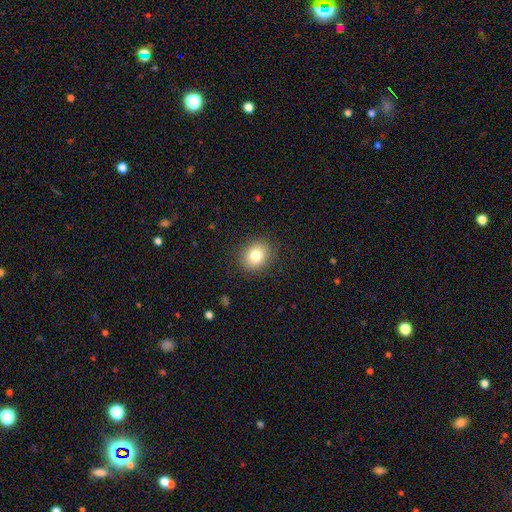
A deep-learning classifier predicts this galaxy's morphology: Smooth or featured?
  - smooth: 80% *
  - star or artifact: 10%
  - featured or disk: 10%
How rounded?
  - round: 64% *
  - in between: 35%
  - cigar-shaped: 1%
Merging?
  - none: 88% *
  - minor disturbance: 8%
  - major disturbance: 3%
  - merger: 1%